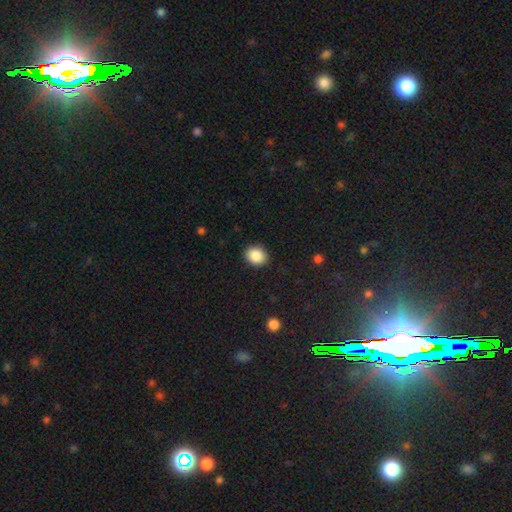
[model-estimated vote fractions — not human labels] The model was most divided on "how rounded": round: 63%, in between: 37%, cigar-shaped: 1%. More confident: merging — none (90%); smooth or featured — smooth (88%).